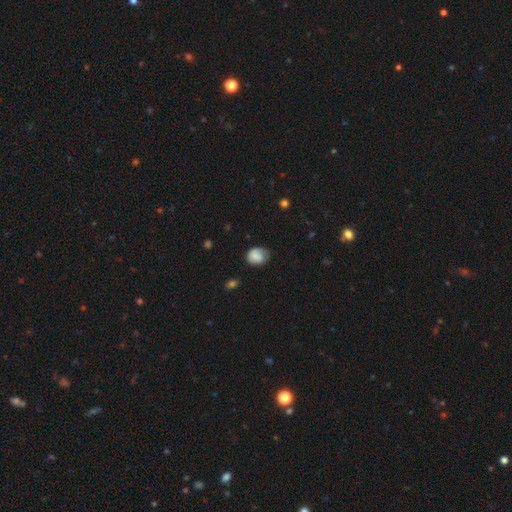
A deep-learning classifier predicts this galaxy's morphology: This is likely a smooth galaxy (76%). How rounded: possibly in between (50%). Merging: possibly none (53%).